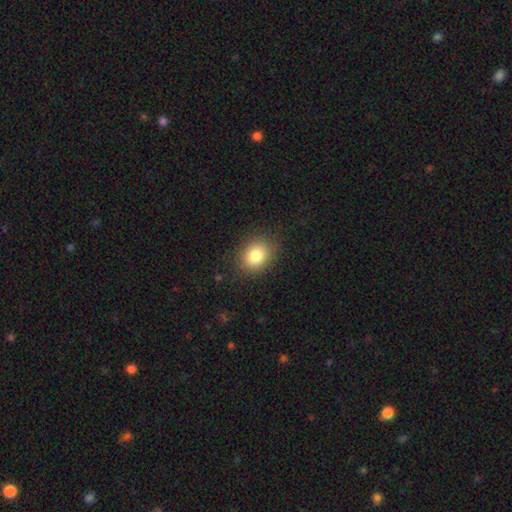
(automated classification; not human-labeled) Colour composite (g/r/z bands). It shows a smooth galaxy with no disk features (83%) that is round (53%). Merging: none (86%).